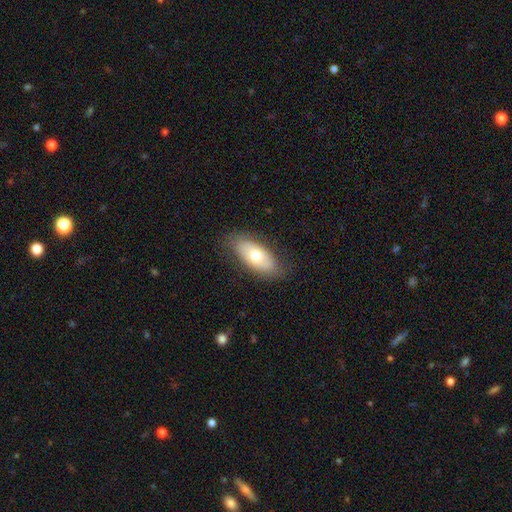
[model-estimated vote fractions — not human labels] This is likely a smooth galaxy (65%). How rounded: clearly in between (88%). Merging: clearly none (82%).